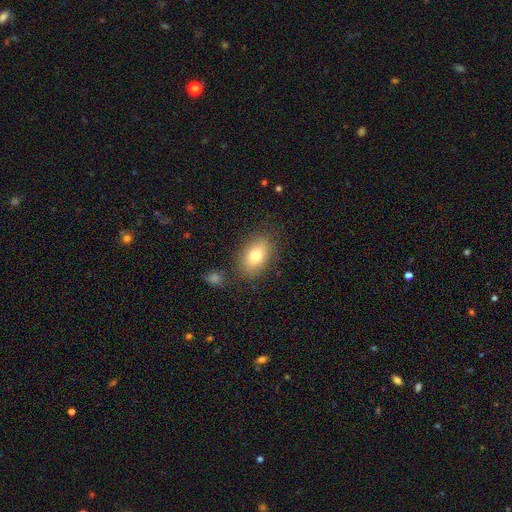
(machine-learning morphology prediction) Overall: smooth (78%). How rounded: in between (86%). Merging: none (81%).